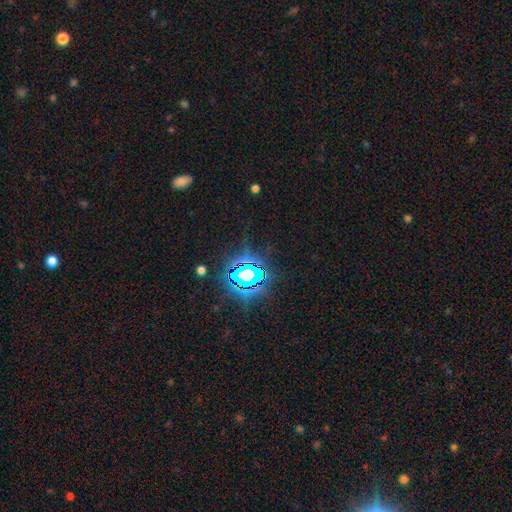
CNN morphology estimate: The model was most divided on "smooth or featured": star or artifact: 84%, smooth: 10%, featured or disk: 6%.